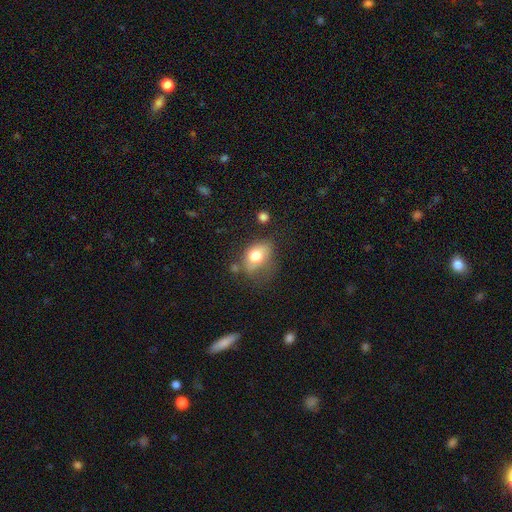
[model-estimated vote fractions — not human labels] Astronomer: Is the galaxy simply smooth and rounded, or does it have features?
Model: smooth — 72%.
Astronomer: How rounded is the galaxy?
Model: in between — 70%.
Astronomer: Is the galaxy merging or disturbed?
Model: none — 44% (runner-up: minor disturbance, 31%).